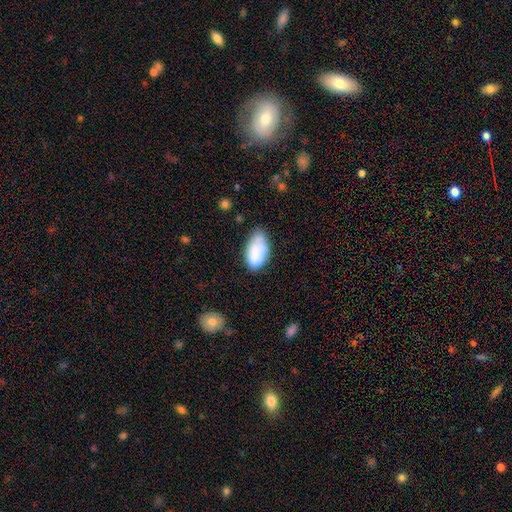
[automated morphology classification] Smooth or featured? Predicted: smooth (p=0.79). How rounded? Predicted: in between (p=0.94). Merging? Predicted: none (p=0.46).